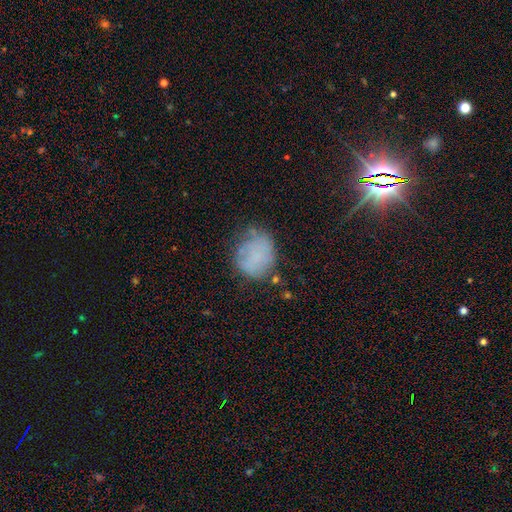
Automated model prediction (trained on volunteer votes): Q: Smooth or featured?
A: smooth (61%); runner-up: featured or disk (26%)
Q: How rounded?
A: round (61%); runner-up: in between (38%)
Q: Merging?
A: none (51%); runner-up: minor disturbance (29%)